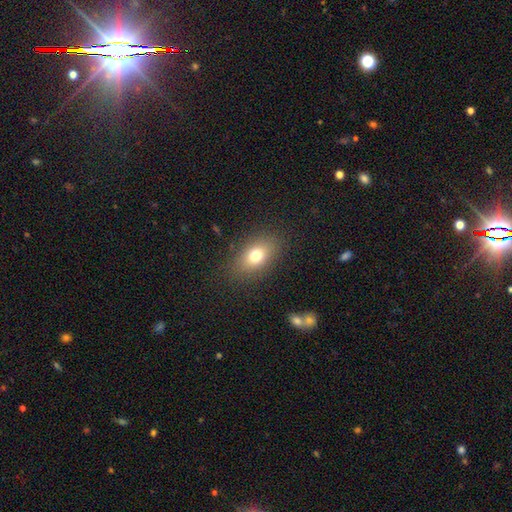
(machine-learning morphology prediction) Q: Smooth or featured?
A: smooth (74%); runner-up: featured or disk (14%)
Q: How rounded?
A: in between (82%); runner-up: round (14%)
Q: Merging?
A: none (85%); runner-up: minor disturbance (10%)